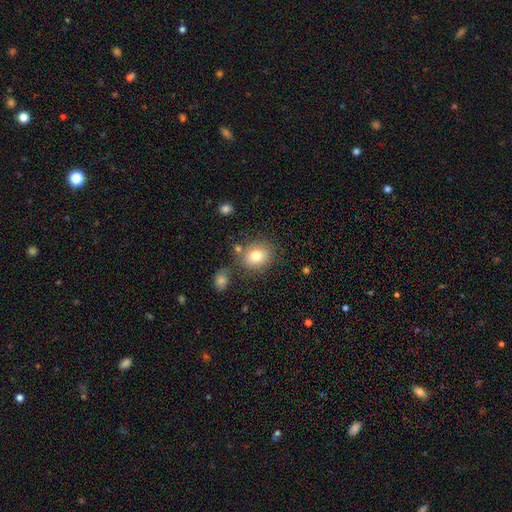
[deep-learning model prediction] smooth_or_featured: smooth (p=0.78) [alt: featured or disk p=0.12]
how_rounded: round (p=0.67) [alt: in between p=0.32]
merging: none (p=0.73) [alt: minor disturbance p=0.13]